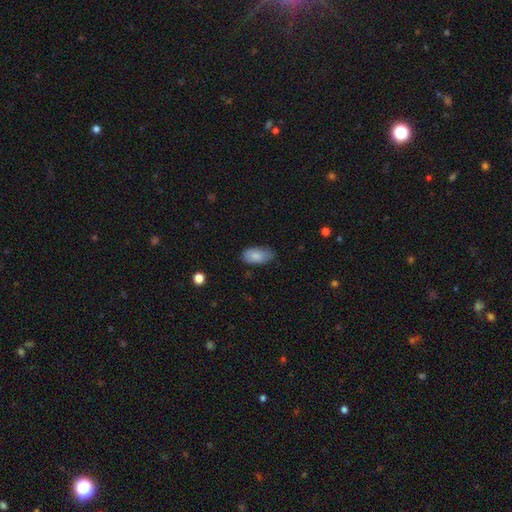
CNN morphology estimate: smooth_or_featured: smooth (p=0.85) [alt: featured or disk p=0.08]
how_rounded: in between (p=0.93) [alt: cigar-shaped p=0.04]
merging: none (p=0.71) [alt: minor disturbance p=0.23]